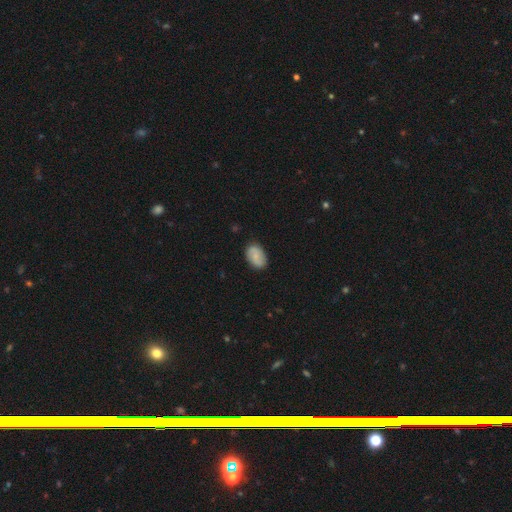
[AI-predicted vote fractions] Overall: smooth (64%; featured or disk 29%). How rounded: in between (89%). Merging: none (83%).